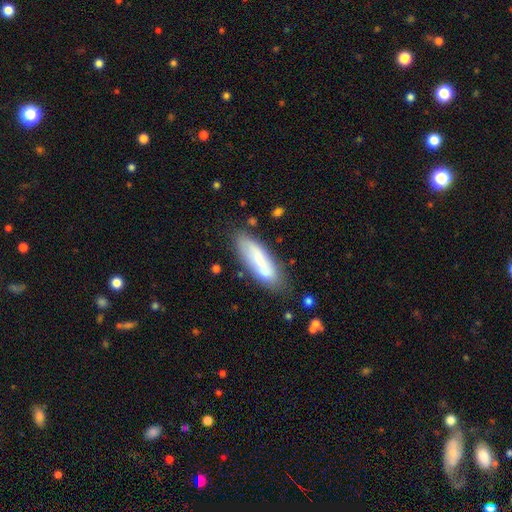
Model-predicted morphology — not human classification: smooth_or_featured: smooth (p=0.65) [alt: featured or disk p=0.26]
how_rounded: cigar-shaped (p=0.57) [alt: in between p=0.41]
merging: none (p=0.75) [alt: minor disturbance p=0.17]